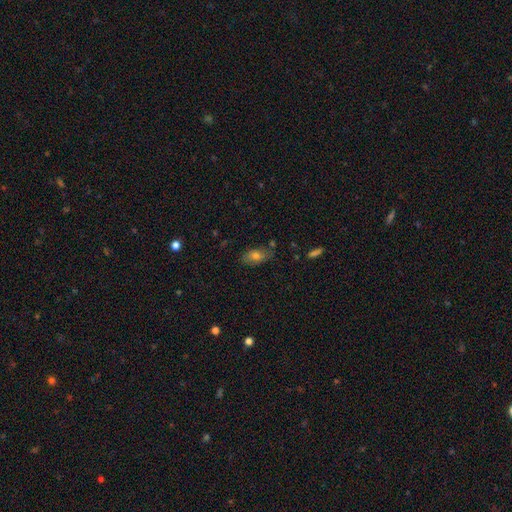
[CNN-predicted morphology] Overall: smooth (71%). How rounded: in between (87%). Merging: none (70%).